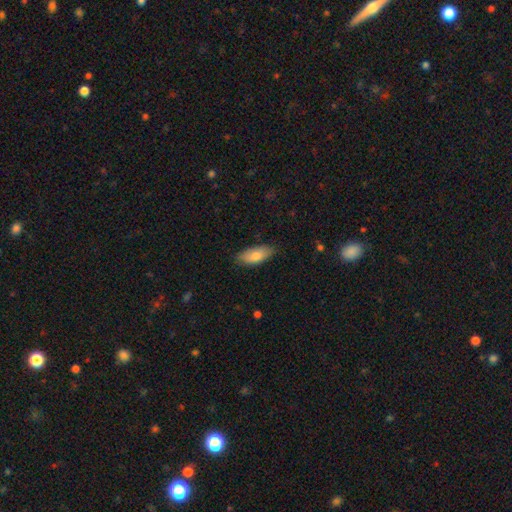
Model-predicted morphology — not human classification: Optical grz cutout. It shows a smooth galaxy with no disk features (78%) that is in between round and cigar-shaped (82%). Merging: none (81%).